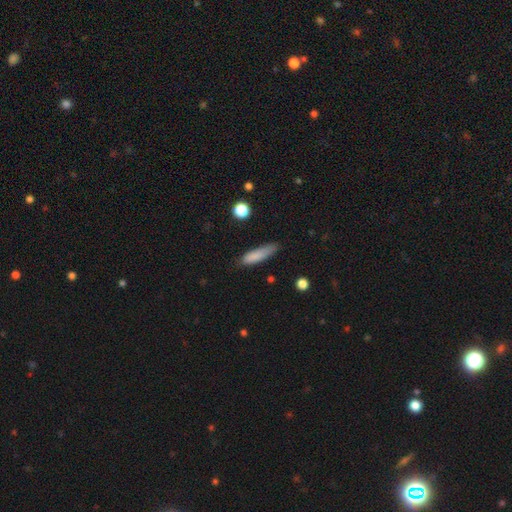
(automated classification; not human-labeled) Smooth or featured?
  - smooth: 83% *
  - featured or disk: 10%
  - star or artifact: 7%
How rounded?
  - cigar-shaped: 77% *
  - in between: 21%
  - round: 2%
Merging?
  - none: 71% *
  - minor disturbance: 22%
  - major disturbance: 5%
  - merger: 2%